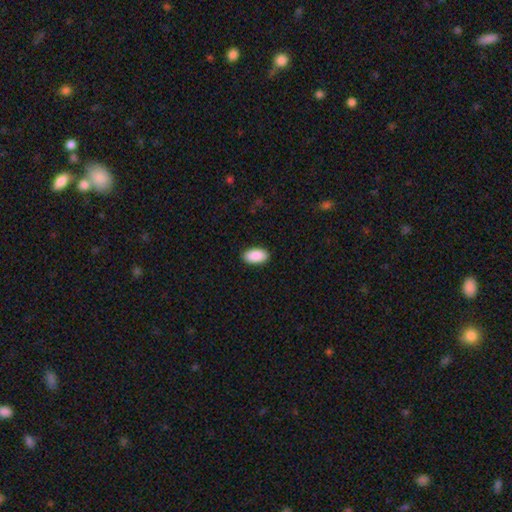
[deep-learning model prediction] smooth 91%, star or artifact 6%, featured or disk 3%. Down the decision tree: how rounded — in between (95%); merging — none (90%).